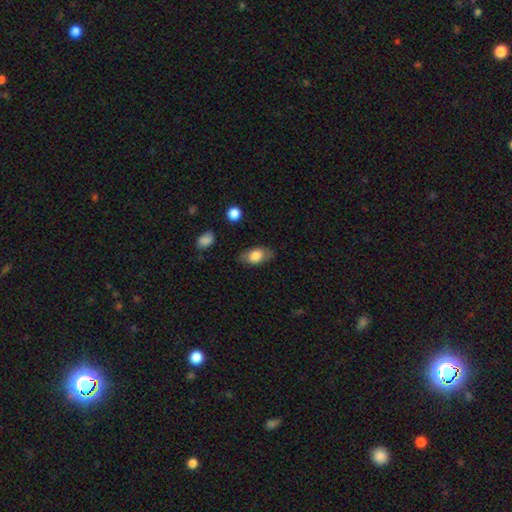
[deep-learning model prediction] A smooth galaxy with no disk features (78%) that is in between round and cigar-shaped (89%). Merging: none (77%).